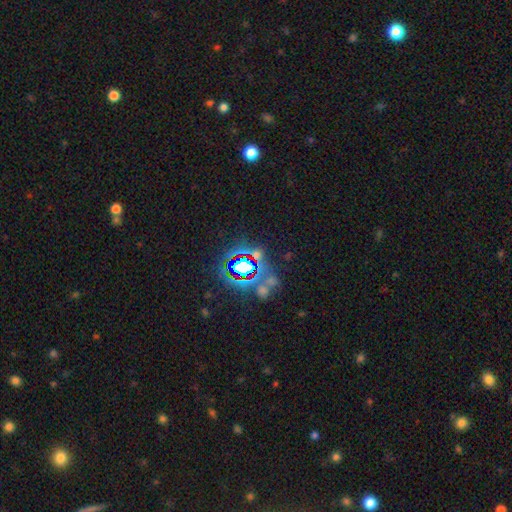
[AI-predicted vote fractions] smooth_or_featured: star or artifact (p=0.69) [alt: smooth p=0.21]